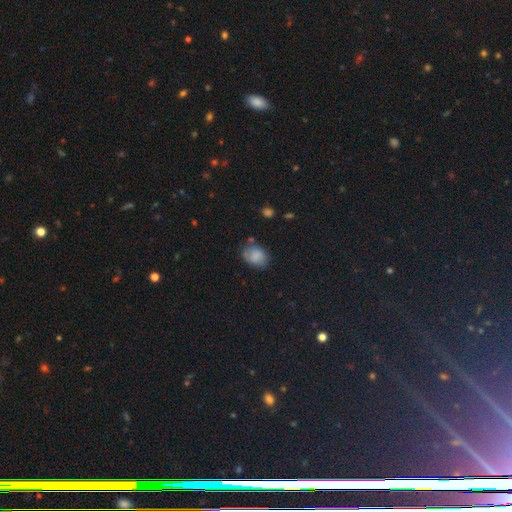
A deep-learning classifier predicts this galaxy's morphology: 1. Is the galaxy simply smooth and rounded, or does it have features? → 78% smooth, 13% featured or disk, 9% star or artifact.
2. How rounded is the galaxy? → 66% in between, 33% round, 1% cigar-shaped.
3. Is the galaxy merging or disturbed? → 67% none, 23% minor disturbance, 6% major disturbance, 4% merger.